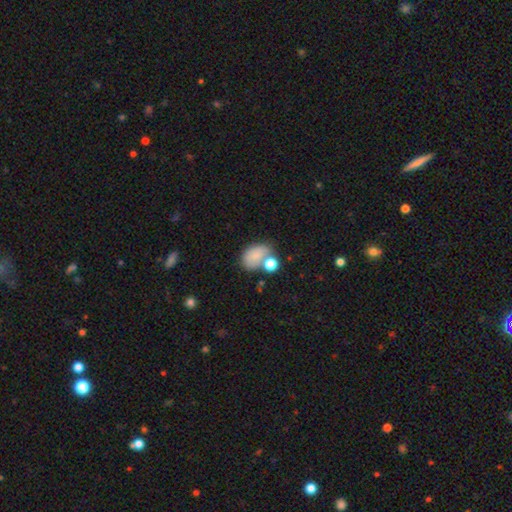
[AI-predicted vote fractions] The model was most divided on "merging": none: 44%, merger: 29%, minor disturbance: 18%, major disturbance: 9%. More confident: smooth or featured — smooth (79%); how rounded — in between (77%).